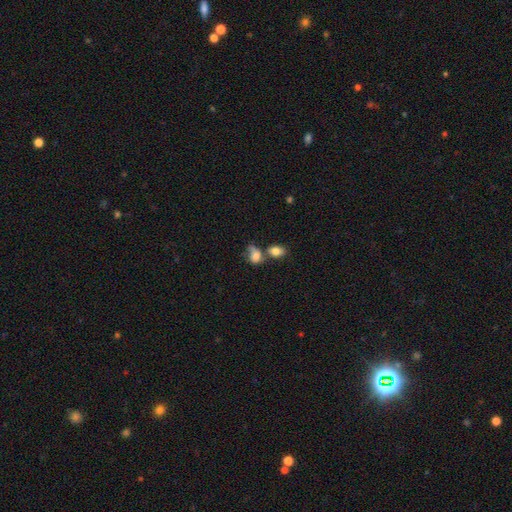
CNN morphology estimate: Q: Smooth or featured?
A: smooth (71%); runner-up: featured or disk (19%)
Q: How rounded?
A: in between (62%); runner-up: round (36%)
Q: Merging?
A: merger (45%); runner-up: none (24%)